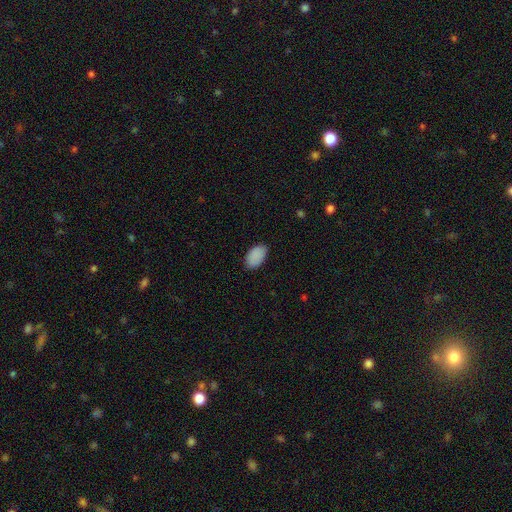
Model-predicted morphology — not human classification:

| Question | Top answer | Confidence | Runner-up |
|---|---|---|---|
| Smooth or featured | smooth | 90% | star or artifact (7%) |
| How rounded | in between | 94% | round (5%) |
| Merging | none | 84% | minor disturbance (13%) |